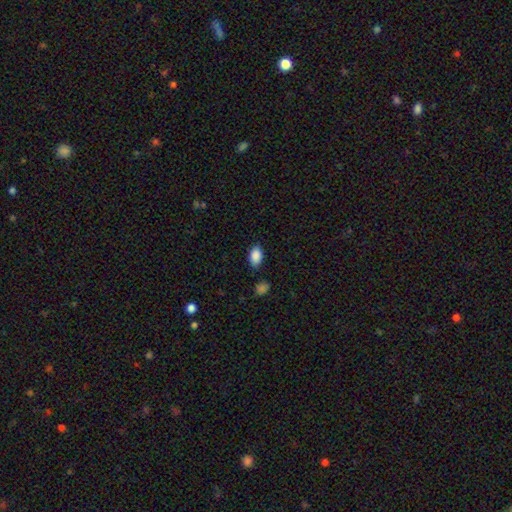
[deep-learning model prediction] The model was most divided on "merging": none: 82%, minor disturbance: 12%, major disturbance: 3%, merger: 3%. More confident: how rounded — in between (91%); smooth or featured — smooth (89%).